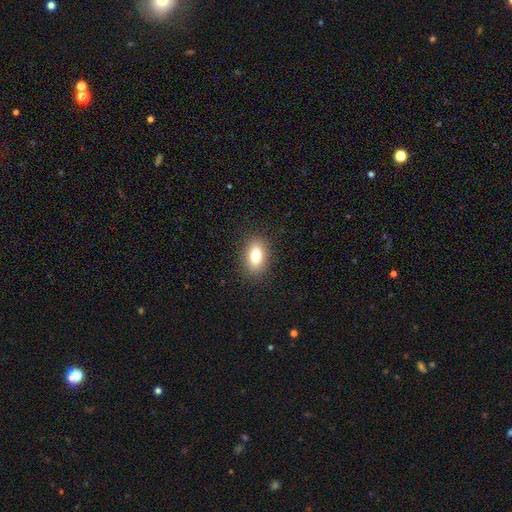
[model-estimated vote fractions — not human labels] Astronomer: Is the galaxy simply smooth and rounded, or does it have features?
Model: smooth — 78%.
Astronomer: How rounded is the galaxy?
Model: in between — 84%.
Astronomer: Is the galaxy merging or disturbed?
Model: none — 88%.